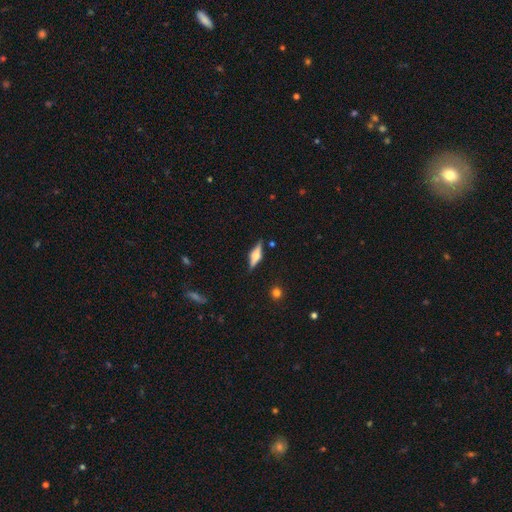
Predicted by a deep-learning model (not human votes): featured or disk 68%, smooth 25%, star or artifact 7%. Down the decision tree: edge-on disk — yes (96%); edge-on bulge — rounded (81%); merging — none (85%).